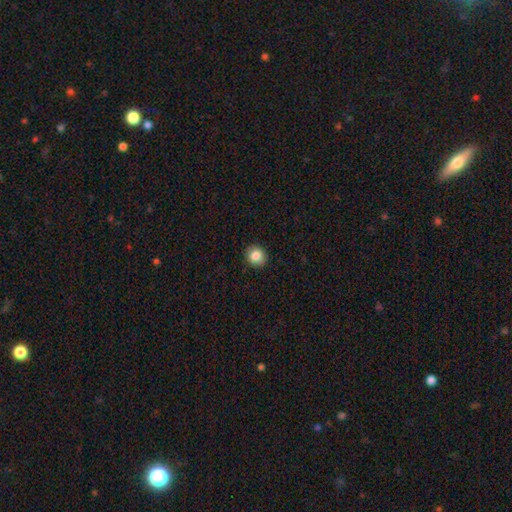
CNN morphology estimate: Overall: smooth (84%). How rounded: round (80%). Merging: none (90%).